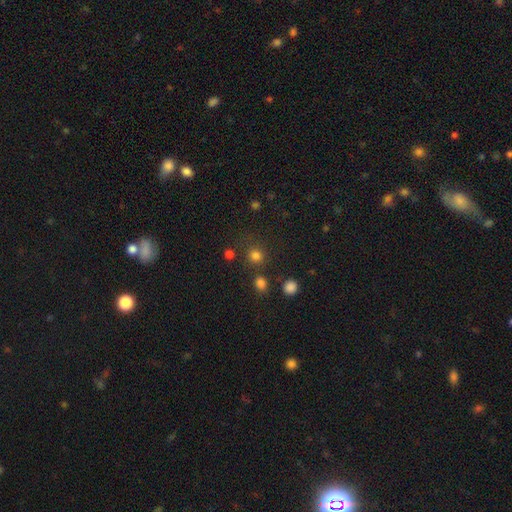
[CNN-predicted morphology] Smooth or featured? Predicted: smooth (p=0.78). How rounded? Predicted: round (p=0.89). Merging? Predicted: none (p=0.78).